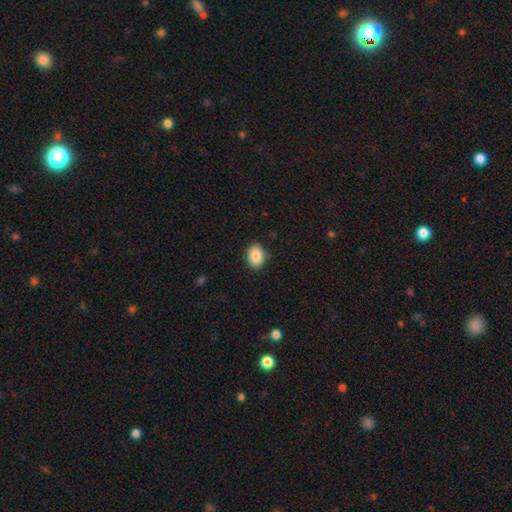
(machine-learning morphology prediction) Q: Smooth or featured?
A: smooth (86%); runner-up: star or artifact (8%)
Q: How rounded?
A: in between (67%); runner-up: round (33%)
Q: Merging?
A: none (87%); runner-up: minor disturbance (10%)